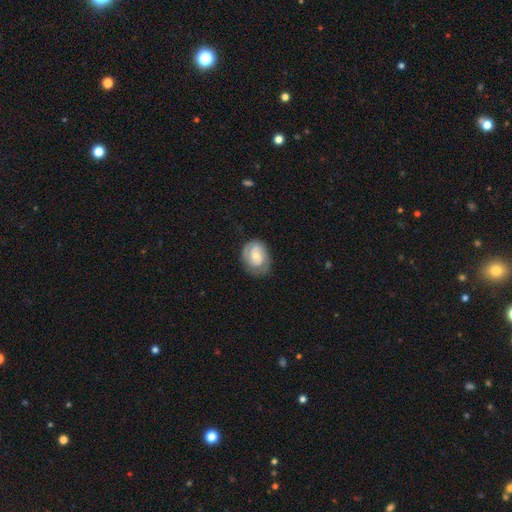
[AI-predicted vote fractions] A featured or disk galaxy (59%) with no bar (70%), spiral arms (76%) and a moderate central bulge (48%).

Vote fractions:
- Smooth or featured? featured or disk: 59% / smooth: 35% / star or artifact: 6%
- Edge-on disk? no: 97% / yes: 3%
- Bar? no: 70% / weak: 25% / strong: 5%
- Spiral arms? yes: 76% / no: 24%
- Bulge size? moderate: 48% / small: 46% / large: 3% / none: 2% / dominant: 1%
- Merging? none: 67% / minor disturbance: 23% / major disturbance: 9% / merger: 1%